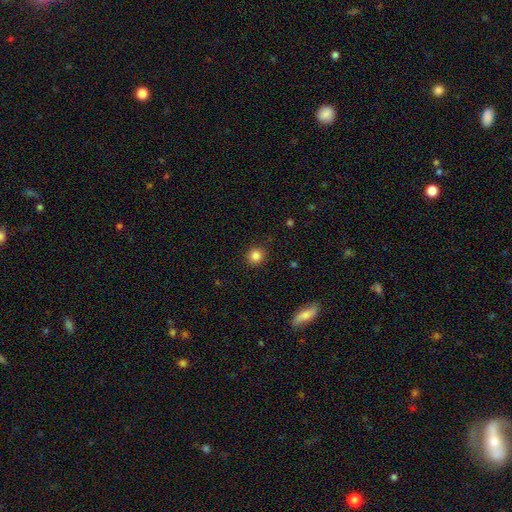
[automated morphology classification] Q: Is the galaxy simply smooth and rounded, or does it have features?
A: smooth — 85%.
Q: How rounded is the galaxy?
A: round — 90%.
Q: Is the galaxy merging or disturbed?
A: none — 90%.